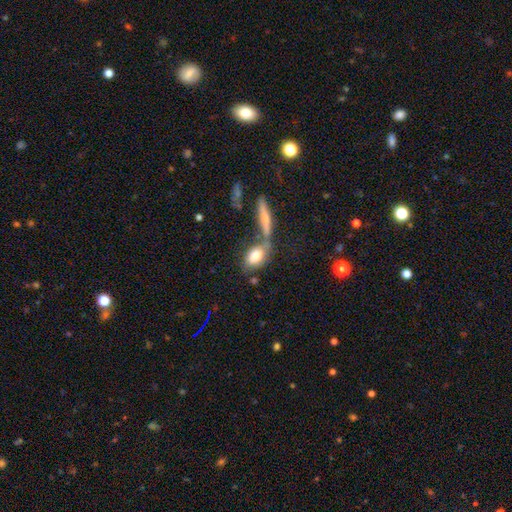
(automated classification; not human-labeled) Overall: smooth (76%). How rounded: in between (82%). Merging: none (41%; merger 37%).